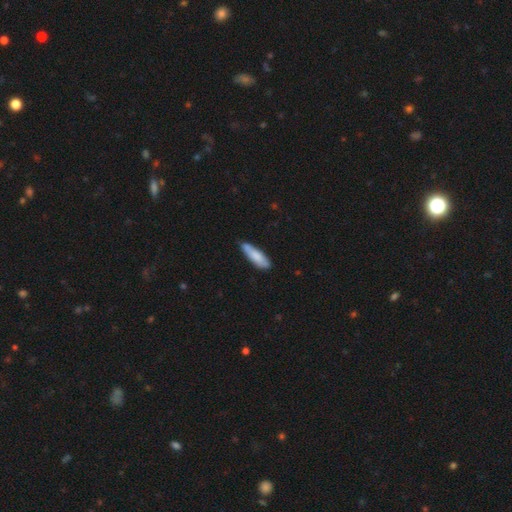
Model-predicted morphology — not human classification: smooth-or-featured: smooth: 81% | featured or disk: 14% | star or artifact: 5%
  how-rounded: cigar-shaped: 61% | in between: 38% | round: 1%
  merging: none: 65% | minor disturbance: 27% | merger: 4% | major disturbance: 4%